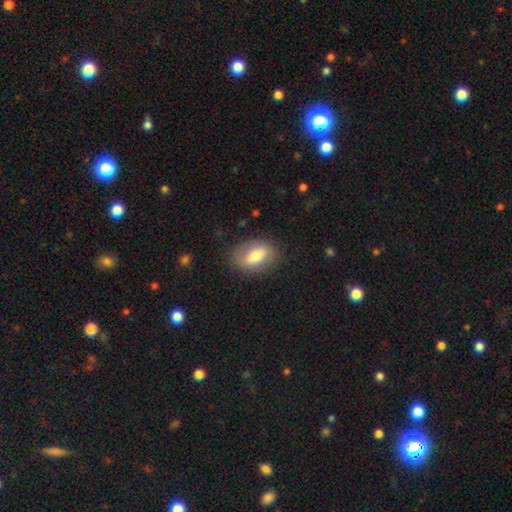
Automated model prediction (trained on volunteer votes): This is likely a smooth galaxy (65%). How rounded: clearly in between (83%). Merging: likely none (79%).